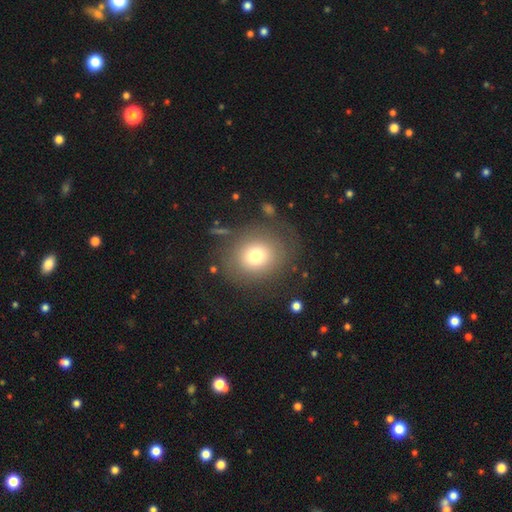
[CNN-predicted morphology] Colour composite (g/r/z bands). It shows a smooth galaxy with no disk features (70%) that is round (74%). Merging: none (70%).